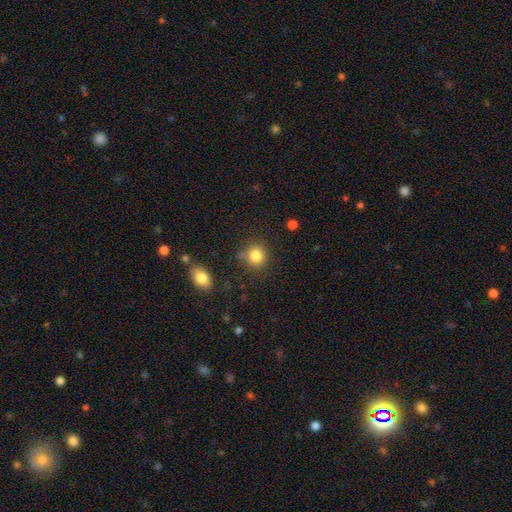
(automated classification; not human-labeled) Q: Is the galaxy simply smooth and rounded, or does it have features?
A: smooth — 84%.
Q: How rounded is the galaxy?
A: round — 86%.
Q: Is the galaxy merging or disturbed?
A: none — 81%.